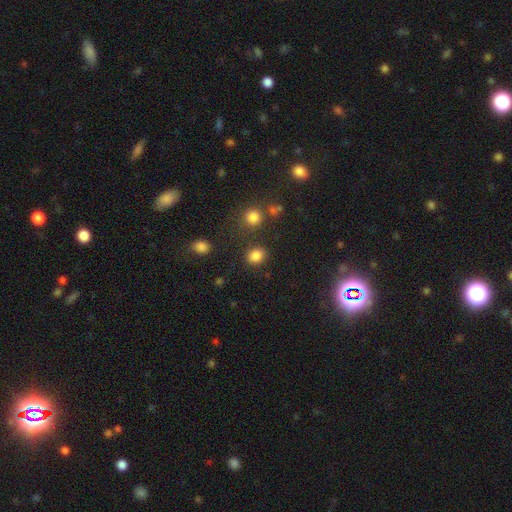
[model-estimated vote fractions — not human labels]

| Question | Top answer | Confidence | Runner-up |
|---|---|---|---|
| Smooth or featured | smooth | 84% | star or artifact (12%) |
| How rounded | round | 54% | in between (45%) |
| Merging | none | 80% | minor disturbance (10%) |